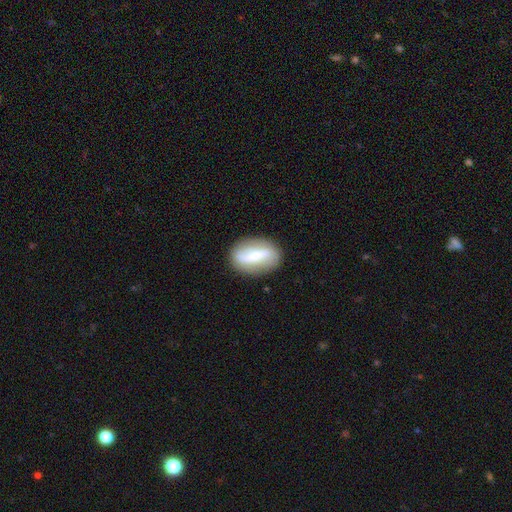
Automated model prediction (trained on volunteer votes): Smooth or featured? featured or disk (60%)
Edge-on disk? no (88%)
Bar? strong (56%)
Spiral arms? yes (57%)
Bulge size? small (50%)
Merging? none (85%)